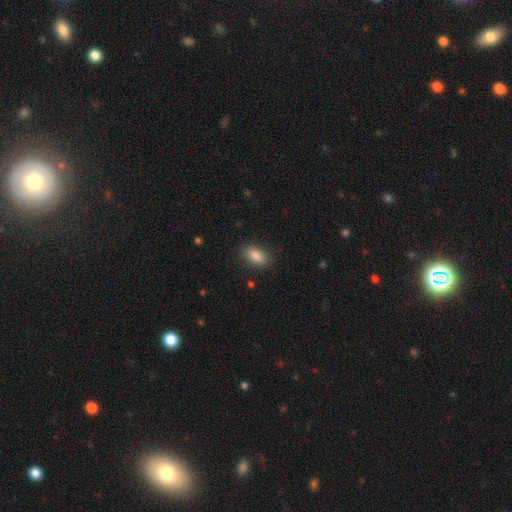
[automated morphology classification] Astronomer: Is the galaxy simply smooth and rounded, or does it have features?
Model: smooth — 85%.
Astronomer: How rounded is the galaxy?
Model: in between — 90%.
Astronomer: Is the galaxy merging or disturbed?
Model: none — 86%.